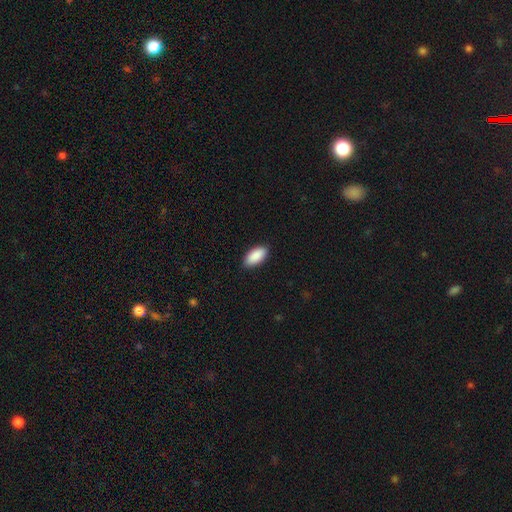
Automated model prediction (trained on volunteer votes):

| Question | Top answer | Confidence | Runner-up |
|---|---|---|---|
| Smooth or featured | smooth | 90% | star or artifact (6%) |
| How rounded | in between | 93% | cigar-shaped (5%) |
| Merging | none | 88% | minor disturbance (9%) |